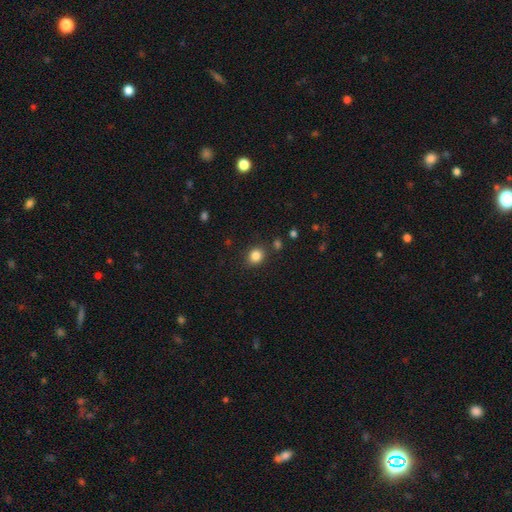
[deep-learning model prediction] Morphology: type=smooth (85%); roundness=round (70%); merging=none (84%).